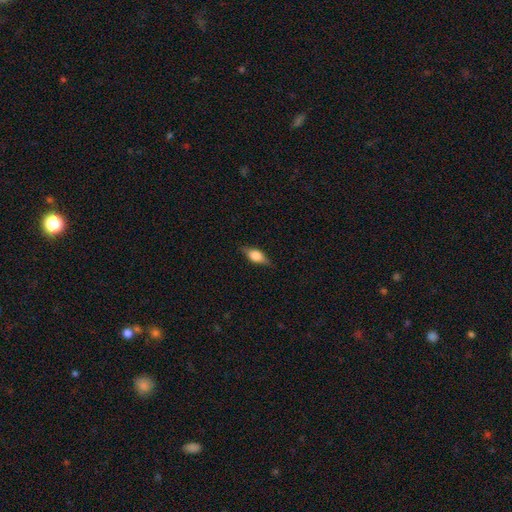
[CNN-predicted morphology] Smooth or featured?
  - smooth: 50% *
  - featured or disk: 42%
  - star or artifact: 8%
Merging?
  - none: 82% *
  - minor disturbance: 14%
  - major disturbance: 3%
  - merger: 1%